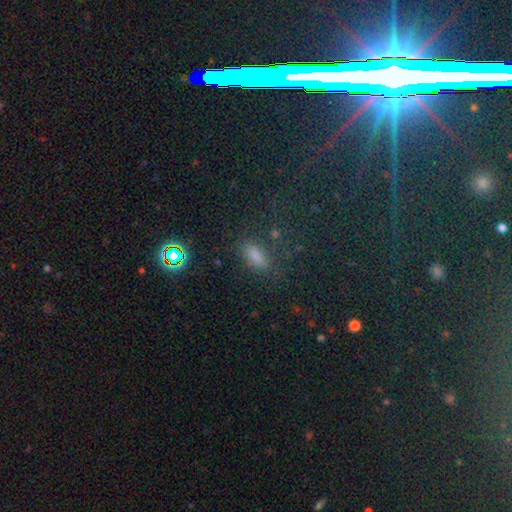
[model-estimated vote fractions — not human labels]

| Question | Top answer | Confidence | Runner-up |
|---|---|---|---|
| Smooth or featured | smooth | 70% | star or artifact (22%) |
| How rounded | in between | 72% | cigar-shaped (21%) |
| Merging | none | 72% | minor disturbance (17%) |